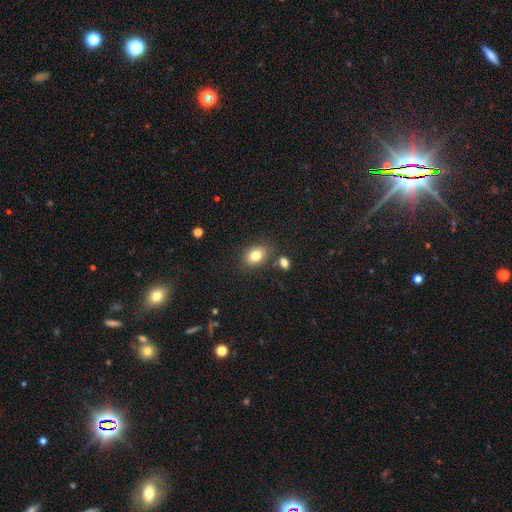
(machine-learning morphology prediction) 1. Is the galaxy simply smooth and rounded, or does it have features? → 81% smooth, 10% star or artifact, 9% featured or disk.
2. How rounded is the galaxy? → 72% in between, 27% round, 1% cigar-shaped.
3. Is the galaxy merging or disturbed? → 79% none, 11% minor disturbance, 7% merger, 3% major disturbance.